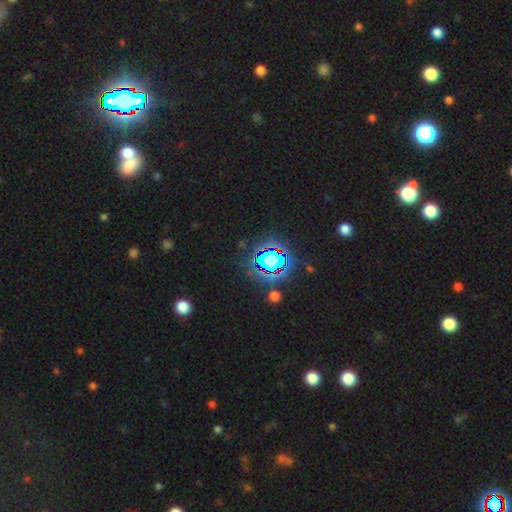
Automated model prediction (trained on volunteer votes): Smooth or featured?
  - star or artifact: 81% *
  - smooth: 12%
  - featured or disk: 7%